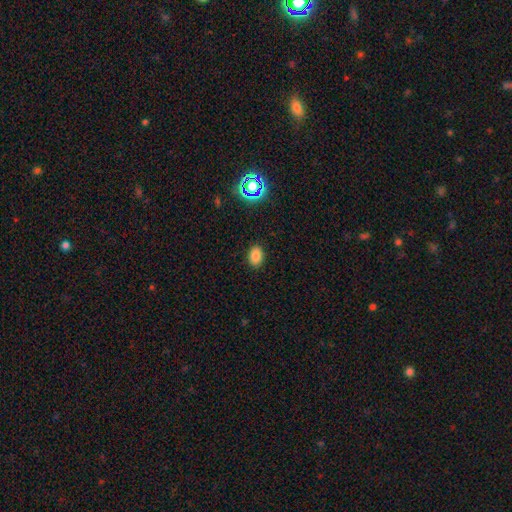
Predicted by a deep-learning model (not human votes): A smooth galaxy with no disk features (82%) that is in between round and cigar-shaped (77%). Merging: none (88%).